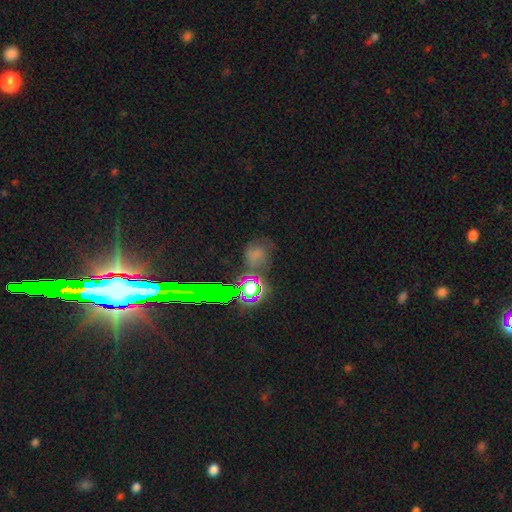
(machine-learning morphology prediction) The model was most divided on "smooth or featured": smooth: 48%, star or artifact: 36%, featured or disk: 16%. More confident: merging — none (56%).